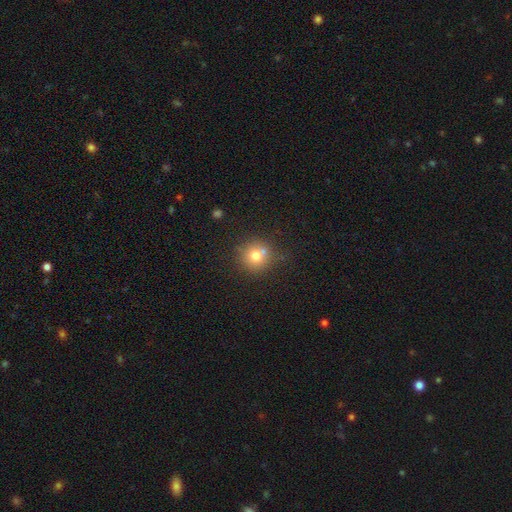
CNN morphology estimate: This is likely a smooth galaxy (73%). How rounded: clearly round (91%). Merging: likely none (64%).